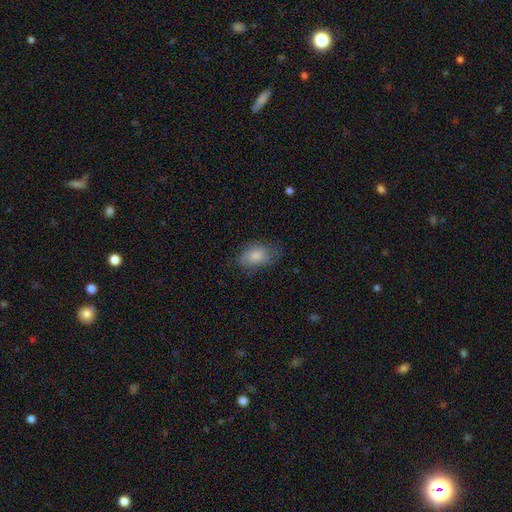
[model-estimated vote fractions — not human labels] Morphology: type=smooth (75%); roundness=in between (84%); merging=none (62%).